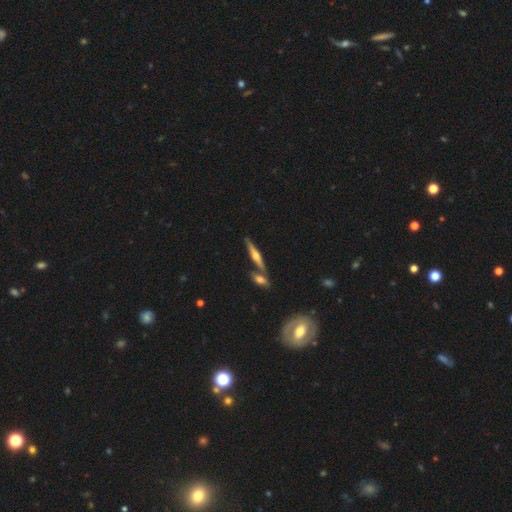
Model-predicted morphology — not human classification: This appears to be a featured or disk galaxy (68%) viewed edge-on (96%) with a rounded central bulge (90%). Merging: none (73%).